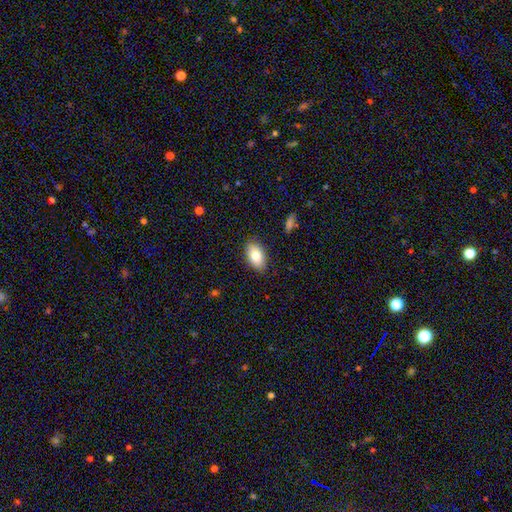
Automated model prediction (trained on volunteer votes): This appears to be a smooth galaxy with no disk features (80%) that is in between round and cigar-shaped (92%). Merging: none (87%).